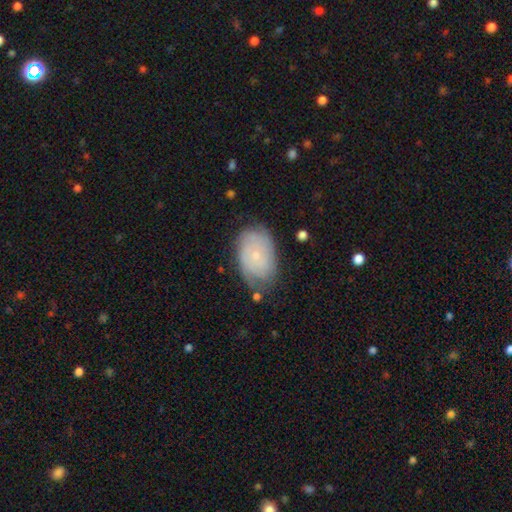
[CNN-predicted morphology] smooth-or-featured: featured or disk: 54% | smooth: 38% | star or artifact: 8%
  disk-edge-on: no: 96% | yes: 4%
    bar: no: 85% | weak: 13% | strong: 2%
    has-spiral-arms: yes: 79% | no: 21%
    bulge-size: small: 82% | moderate: 13% | none: 3% | large: 1% | dominant: 1%
  merging: none: 68% | minor disturbance: 23% | major disturbance: 7% | merger: 2%